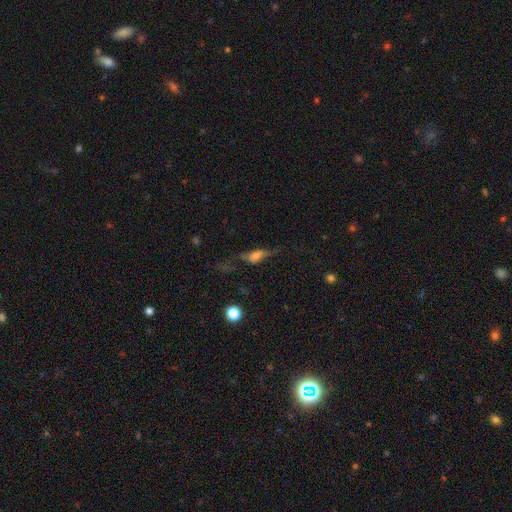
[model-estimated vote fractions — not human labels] Smooth or featured: featured or disk — 45% (smooth — 42%)
Merging: none — 38% (major disturbance — 36%)